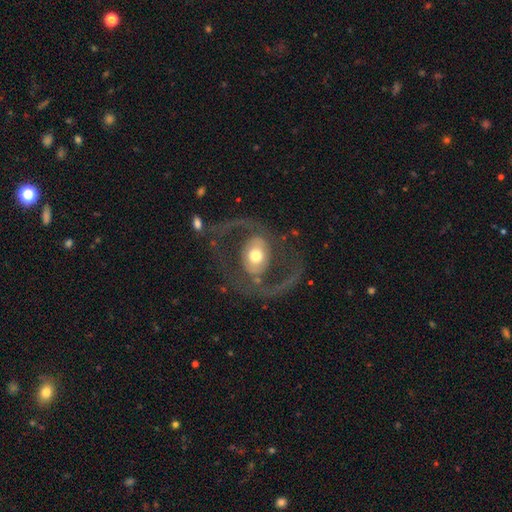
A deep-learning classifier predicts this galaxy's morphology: This is likely a featured or disk galaxy (77%). It is clearly not viewed edge-on (96%). Bar: likely no (63%). Spiral arm pattern: likely yes (72%). Spiral arm count: clearly 2 (86%). Spiral winding: possibly medium (47%). Central bulge: likely moderate (62%). Merging: likely none (66%).